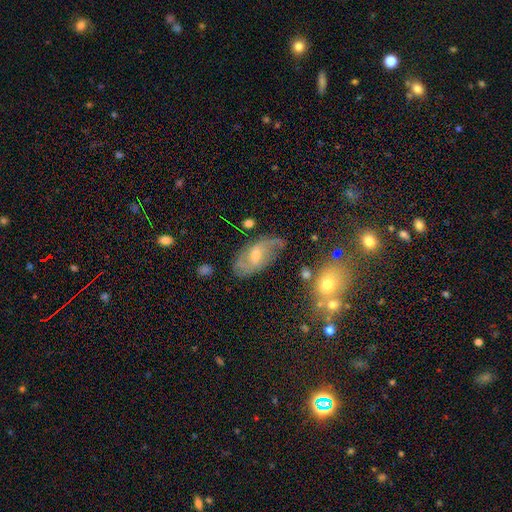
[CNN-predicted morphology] Smooth or featured? featured or disk (70%)
Edge-on disk? no (94%)
Bar? weak (52%)
Spiral arms? yes (87%)
Spiral winding? medium (42%)
Spiral arm count? 2 (65%)
Bulge size? moderate (55%)
Merging? none (68%)